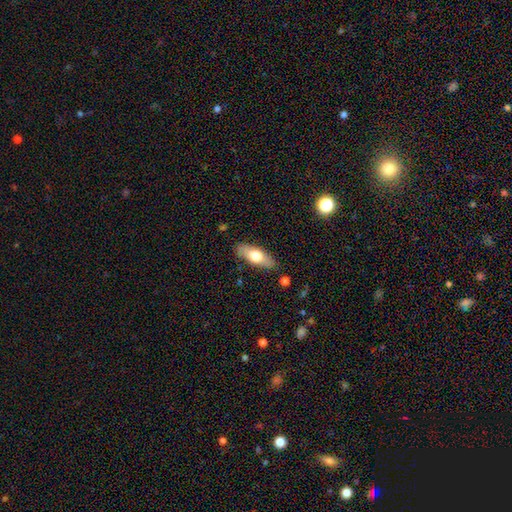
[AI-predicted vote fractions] A smooth galaxy with no disk features (63%) that is in between round and cigar-shaped (67%). Merging: none (86%).